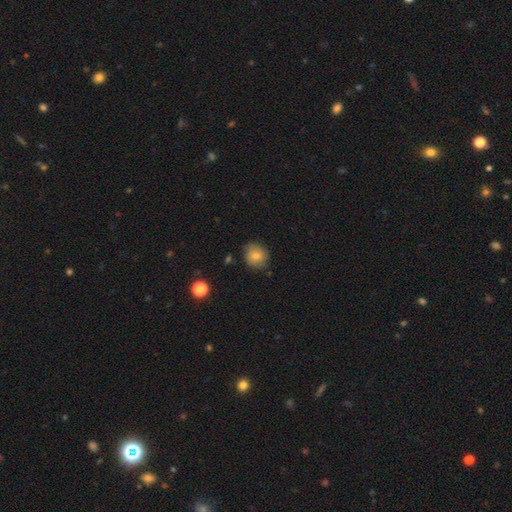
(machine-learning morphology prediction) Overall: smooth (73%). How rounded: round (76%). Merging: none (79%).